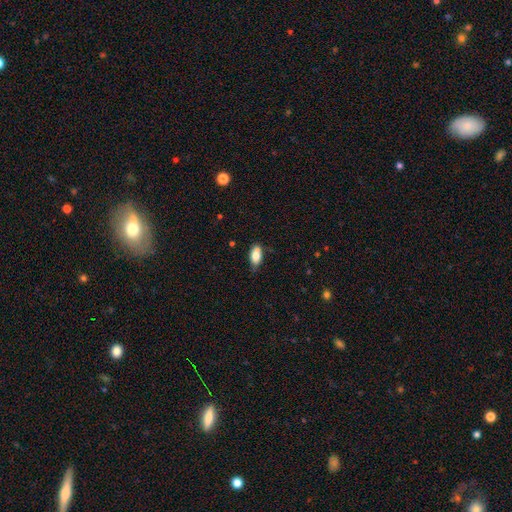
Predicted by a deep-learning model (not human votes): Smooth or featured? Predicted: smooth (p=0.80). How rounded? Predicted: in between (p=0.89). Merging? Predicted: none (p=0.63).